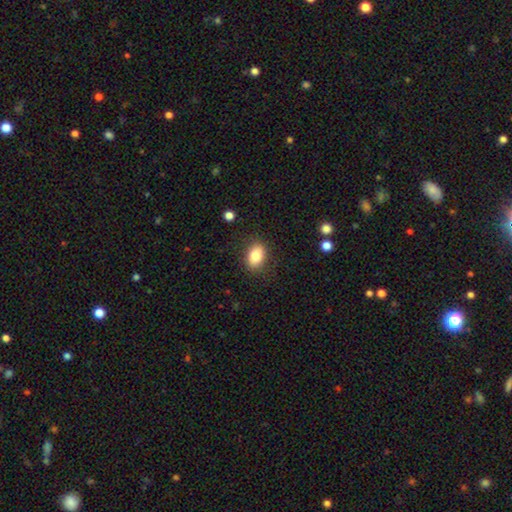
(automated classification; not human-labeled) A smooth galaxy with no disk features (83%) that is in between round and cigar-shaped (81%). Merging: none (84%).